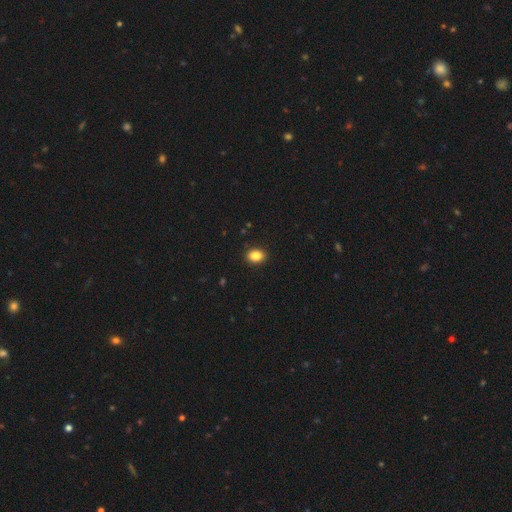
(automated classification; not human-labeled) Q: Smooth or featured?
A: smooth (86%); runner-up: star or artifact (9%)
Q: How rounded?
A: in between (71%); runner-up: round (28%)
Q: Merging?
A: none (91%); runner-up: minor disturbance (7%)